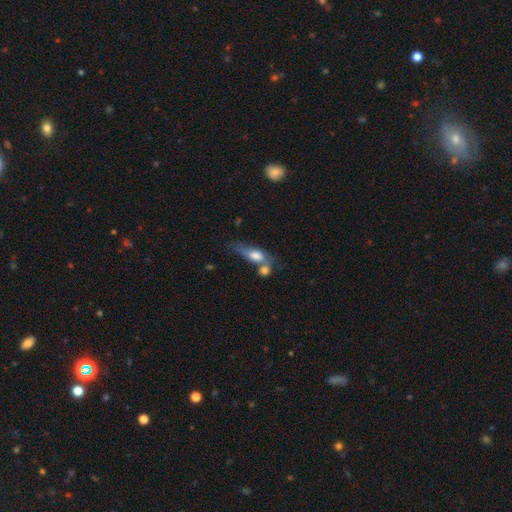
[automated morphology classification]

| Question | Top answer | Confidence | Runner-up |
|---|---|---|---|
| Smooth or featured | smooth | 68% | featured or disk (23%) |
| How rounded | in between | 71% | cigar-shaped (18%) |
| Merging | merger | 47% | none (24%) |